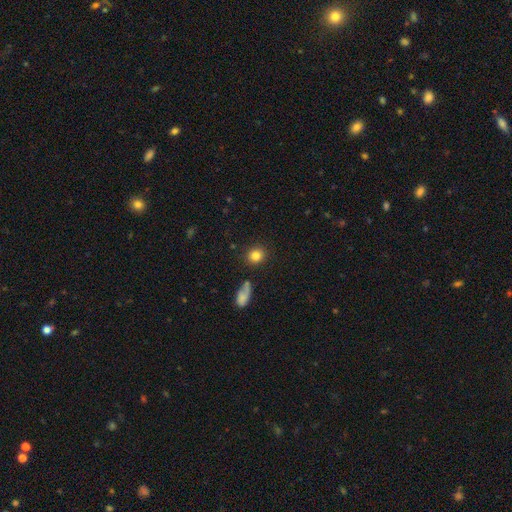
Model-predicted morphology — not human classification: type=smooth (83%); roundness=round (82%); merging=none (83%).